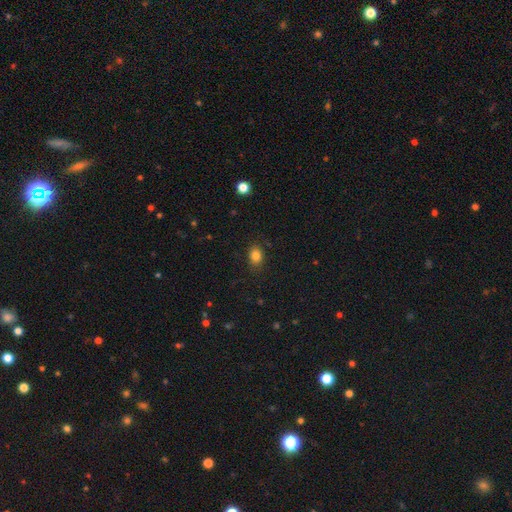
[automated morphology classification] This is clearly a smooth galaxy (83%). How rounded: likely in between (65%). Merging: clearly none (84%).